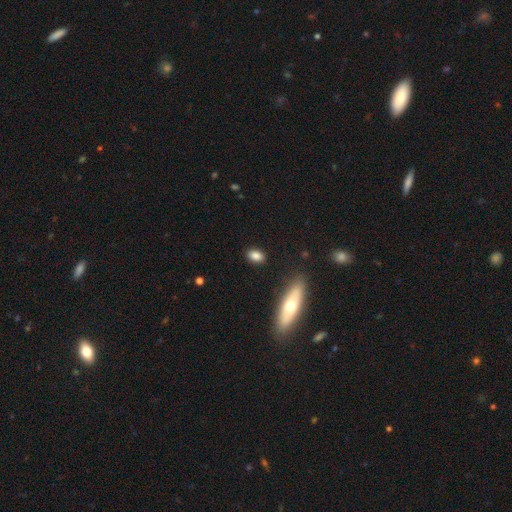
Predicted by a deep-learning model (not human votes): Smooth or featured? Predicted: smooth (p=0.84). How rounded? Predicted: in between (p=0.81). Merging? Predicted: none (p=0.86).